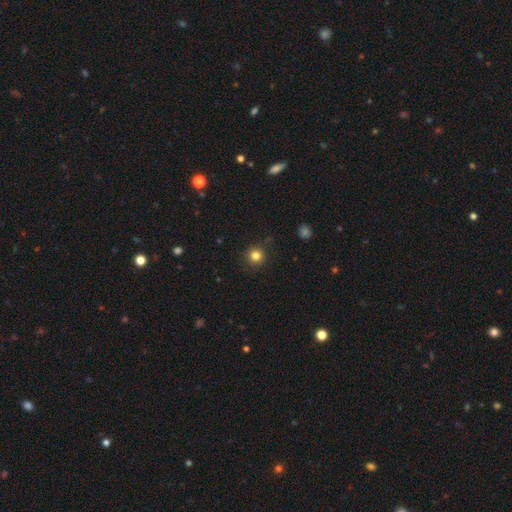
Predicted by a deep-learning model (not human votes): Smooth or featured? Predicted: smooth (p=0.82). How rounded? Predicted: round (p=0.94). Merging? Predicted: none (p=0.89).